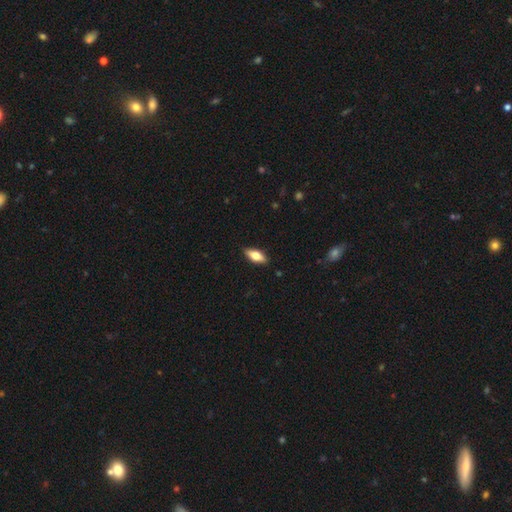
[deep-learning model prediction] This is likely a smooth galaxy (61%). How rounded: likely in between (74%). Merging: clearly none (88%).